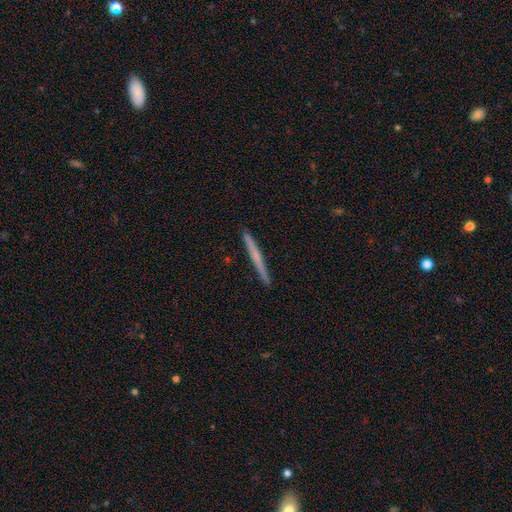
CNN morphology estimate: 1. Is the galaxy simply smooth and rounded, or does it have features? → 50% featured or disk, 44% smooth, 6% star or artifact.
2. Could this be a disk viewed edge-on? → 98% yes, 2% no.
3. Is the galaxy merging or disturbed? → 92% none, 5% minor disturbance, 1% major disturbance, 1% merger.